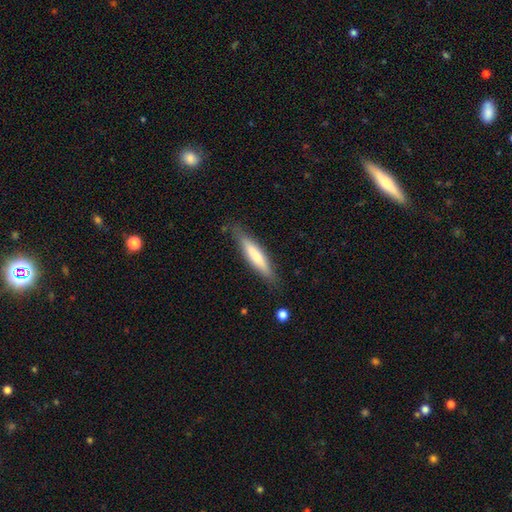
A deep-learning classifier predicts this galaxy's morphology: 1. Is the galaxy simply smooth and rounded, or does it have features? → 65% smooth, 29% featured or disk, 6% star or artifact.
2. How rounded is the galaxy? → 85% cigar-shaped, 14% in between, 1% round.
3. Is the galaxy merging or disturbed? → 82% none, 13% minor disturbance, 3% major disturbance, 2% merger.